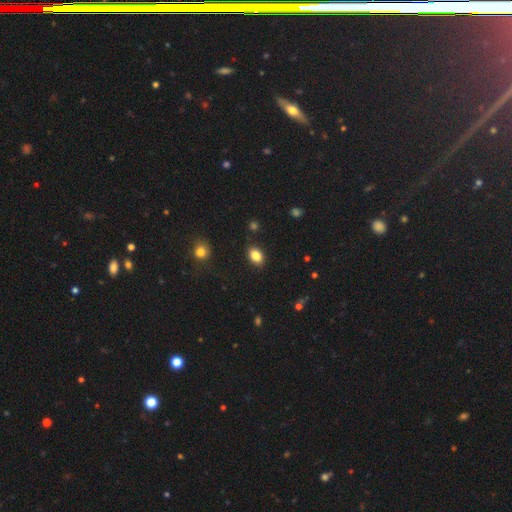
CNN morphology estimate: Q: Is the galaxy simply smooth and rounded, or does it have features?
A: smooth — 85%.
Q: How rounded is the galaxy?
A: in between — 83%.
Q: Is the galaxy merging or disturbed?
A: none — 87%.